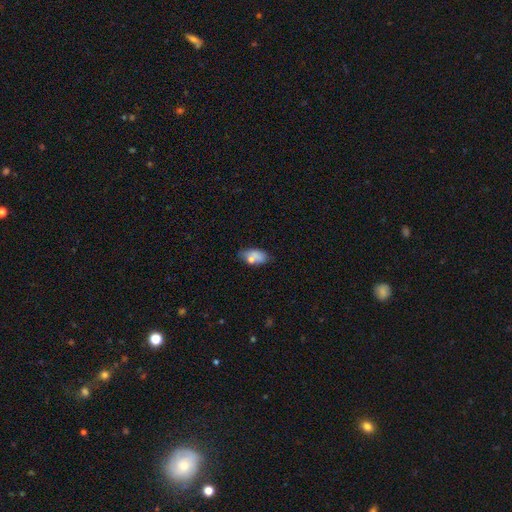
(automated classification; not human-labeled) smooth-or-featured: smooth: 74% | featured or disk: 16% | star or artifact: 10%
  how-rounded: in between: 89% | round: 6% | cigar-shaped: 4%
  merging: none: 58% | minor disturbance: 23% | merger: 12% | major disturbance: 7%